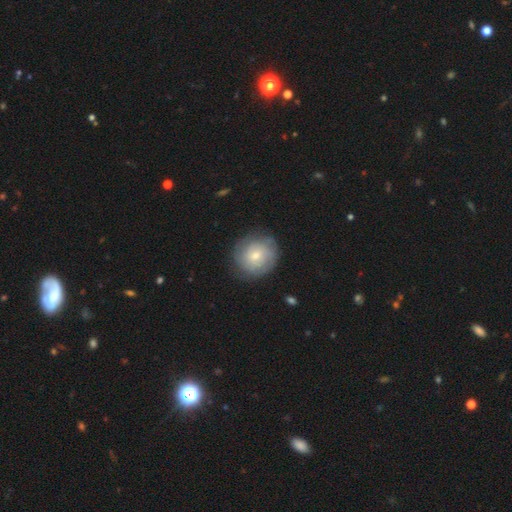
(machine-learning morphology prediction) smooth-or-featured: smooth: 55% | featured or disk: 38% | star or artifact: 7%
  how-rounded: round: 86% | in between: 13% | cigar-shaped: 1%
  merging: none: 79% | minor disturbance: 15% | major disturbance: 5% | merger: 1%